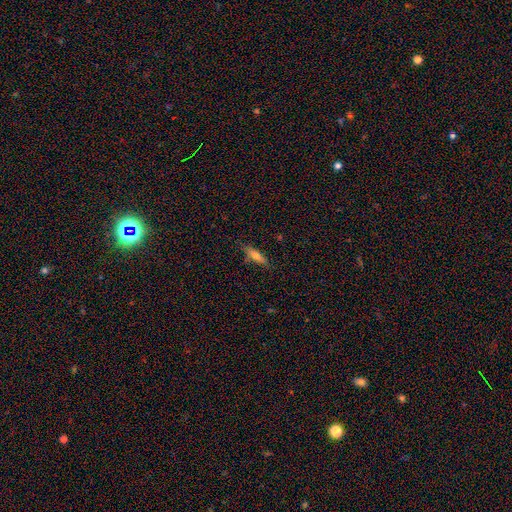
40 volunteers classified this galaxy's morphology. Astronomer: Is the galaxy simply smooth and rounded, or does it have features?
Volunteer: smooth — 70%.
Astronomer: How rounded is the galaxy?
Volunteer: cigar-shaped — 79%.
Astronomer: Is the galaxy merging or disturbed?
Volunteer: none — 75%.